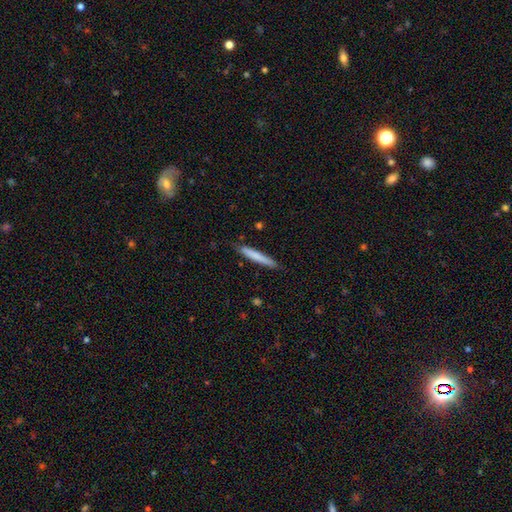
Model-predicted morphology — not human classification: This appears to be a smooth galaxy with no disk features (75%) that is cigar-shaped (95%). Merging: none (85%).